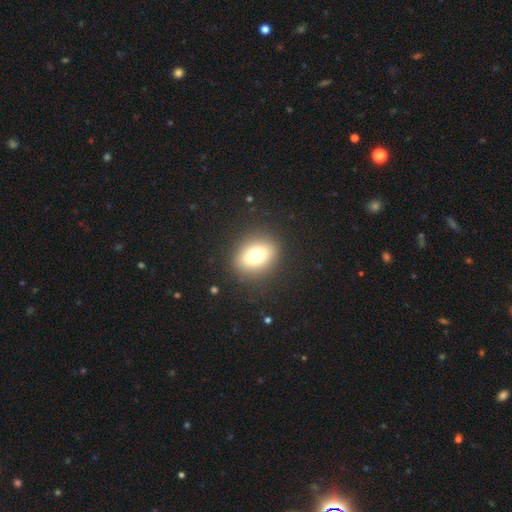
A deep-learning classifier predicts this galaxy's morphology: Smooth or featured? Predicted: smooth (p=0.74). How rounded? Predicted: in between (p=0.52). Merging? Predicted: none (p=0.87).